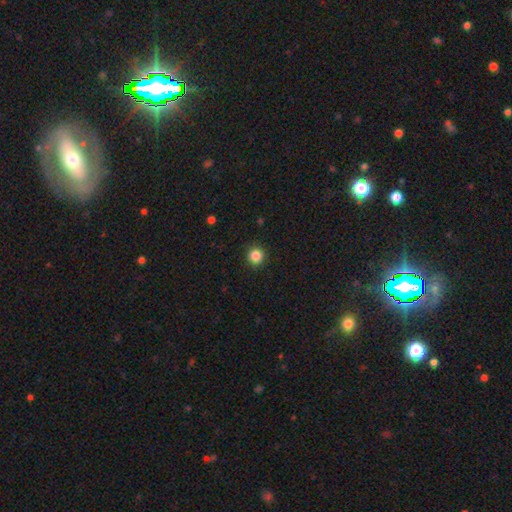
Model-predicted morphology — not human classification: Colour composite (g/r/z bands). It shows a smooth galaxy with no disk features (85%) that is round (94%). Merging: none (92%).